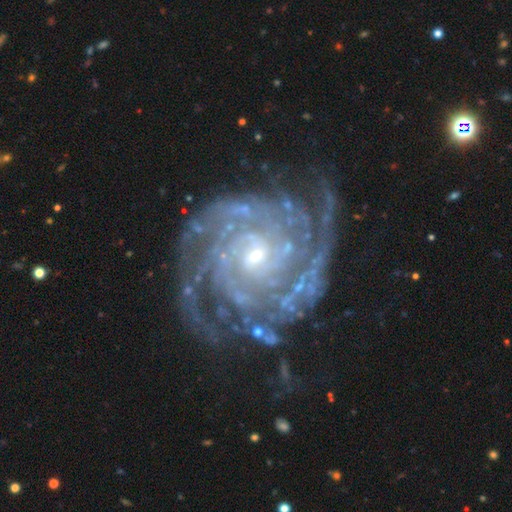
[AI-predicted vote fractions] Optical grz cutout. It shows a featured or disk galaxy (92%) with no bar (64%), 2 (21%) tight (76%) spiral arms (98%) and a small central bulge (74%). Merging: none (72%).